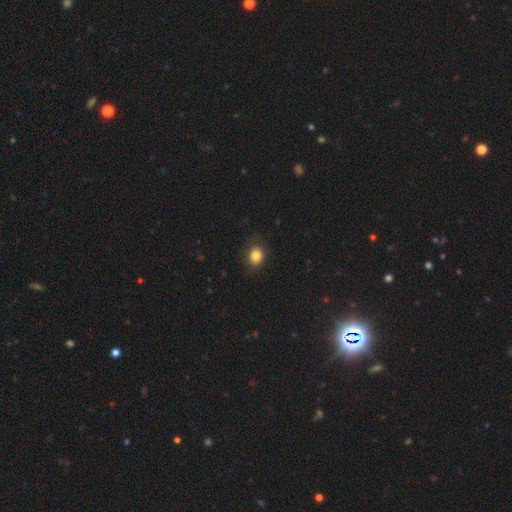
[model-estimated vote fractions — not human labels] This appears to be a smooth galaxy with no disk features (83%) that is round (62%). Merging: none (81%).